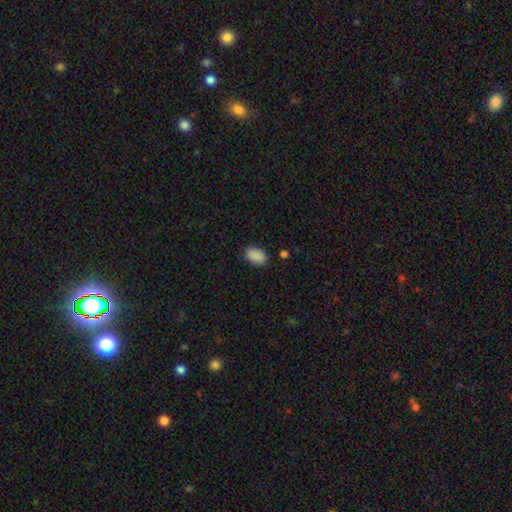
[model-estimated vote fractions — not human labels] smooth_or_featured: smooth (p=0.89) [alt: star or artifact p=0.08]
how_rounded: in between (p=0.88) [alt: round p=0.10]
merging: none (p=0.85) [alt: minor disturbance p=0.11]